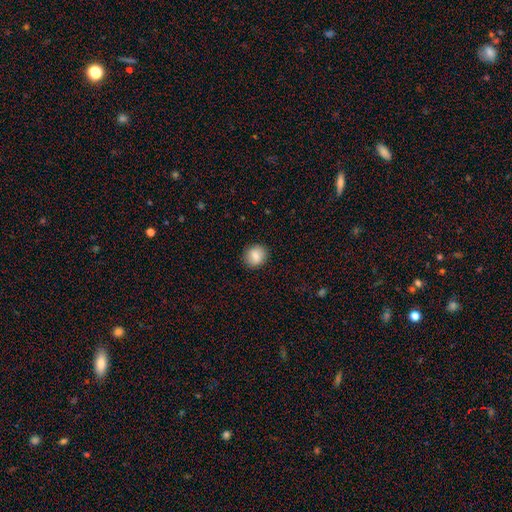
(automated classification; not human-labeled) A smooth galaxy with no disk features (84%) that is round (74%). Merging: none (88%).